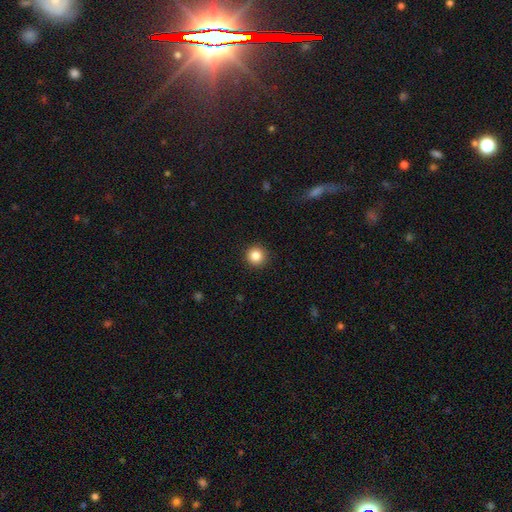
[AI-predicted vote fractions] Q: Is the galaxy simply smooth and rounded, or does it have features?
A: smooth — 85%.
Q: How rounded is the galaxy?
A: round — 95%.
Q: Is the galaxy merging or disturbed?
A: none — 92%.